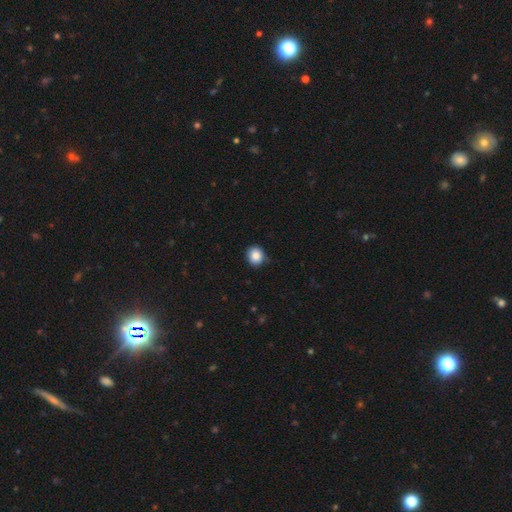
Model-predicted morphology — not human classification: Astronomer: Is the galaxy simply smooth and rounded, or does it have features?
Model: smooth — 87%.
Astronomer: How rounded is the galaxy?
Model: round — 80%.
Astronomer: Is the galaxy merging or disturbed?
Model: none — 83%.